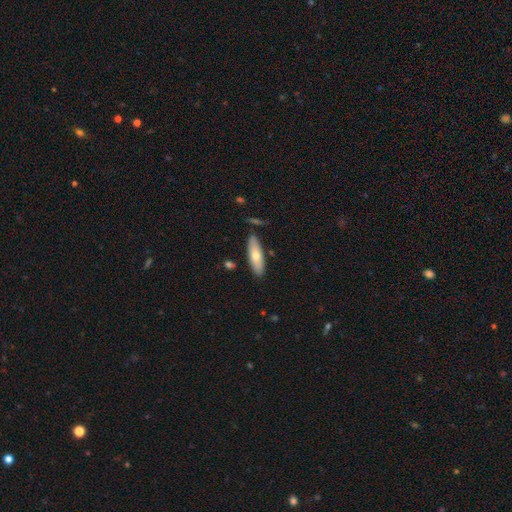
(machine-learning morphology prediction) Smooth or featured? Predicted: smooth (p=0.61). How rounded? Predicted: cigar-shaped (p=0.50). Merging? Predicted: none (p=0.83).